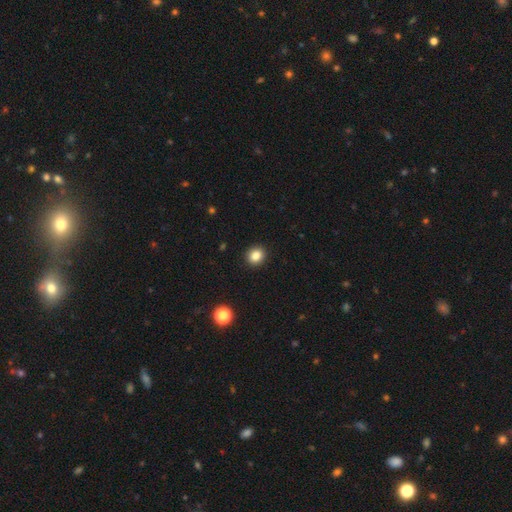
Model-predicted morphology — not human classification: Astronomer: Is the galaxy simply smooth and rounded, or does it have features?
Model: smooth — 84%.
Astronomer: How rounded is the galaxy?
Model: round — 81%.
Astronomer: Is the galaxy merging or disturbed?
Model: none — 92%.